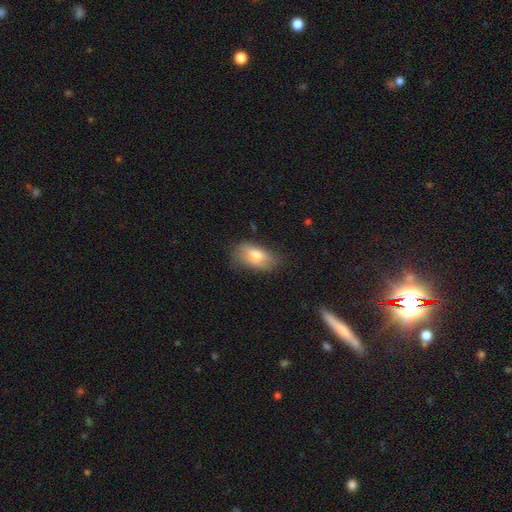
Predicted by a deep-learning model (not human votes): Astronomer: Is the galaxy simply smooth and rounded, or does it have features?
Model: smooth — 68%.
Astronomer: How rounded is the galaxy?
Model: in between — 88%.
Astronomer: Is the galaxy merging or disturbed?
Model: none — 68%.